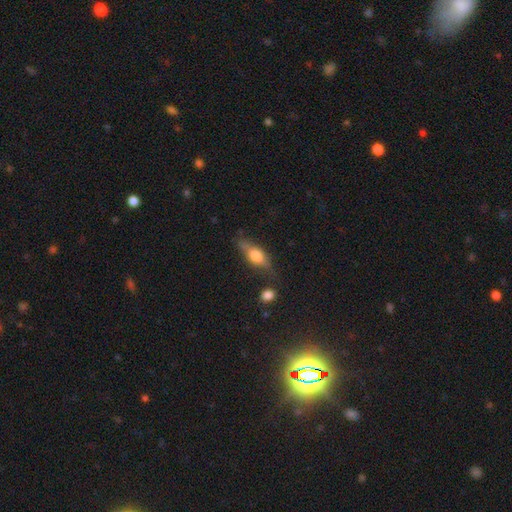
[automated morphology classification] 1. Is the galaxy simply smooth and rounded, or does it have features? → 47% featured or disk, 46% smooth, 7% star or artifact.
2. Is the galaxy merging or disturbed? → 68% none, 20% minor disturbance, 7% major disturbance, 5% merger.